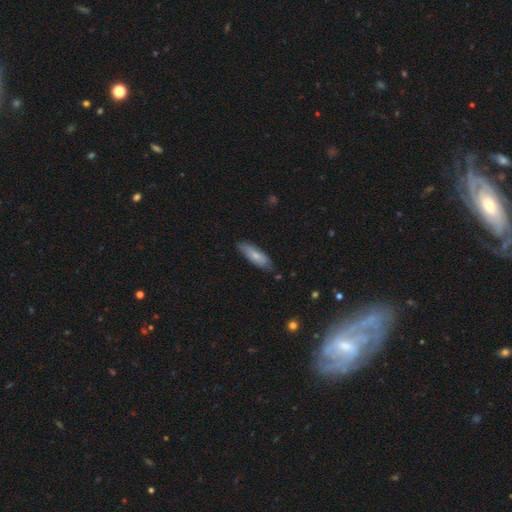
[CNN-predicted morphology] Smooth or featured? Predicted: smooth (p=0.72). How rounded? Predicted: in between (p=0.55). Merging? Predicted: none (p=0.74).